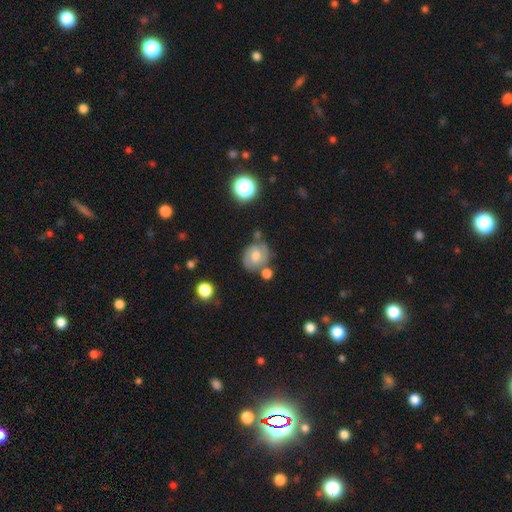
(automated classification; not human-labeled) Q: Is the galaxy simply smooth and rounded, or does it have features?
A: featured or disk — 61%.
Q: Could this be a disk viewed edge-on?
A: no — 96%.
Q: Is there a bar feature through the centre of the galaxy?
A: weak — 47%.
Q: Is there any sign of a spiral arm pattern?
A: yes — 80%.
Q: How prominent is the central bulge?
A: moderate — 61%.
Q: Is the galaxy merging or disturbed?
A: none — 60%.